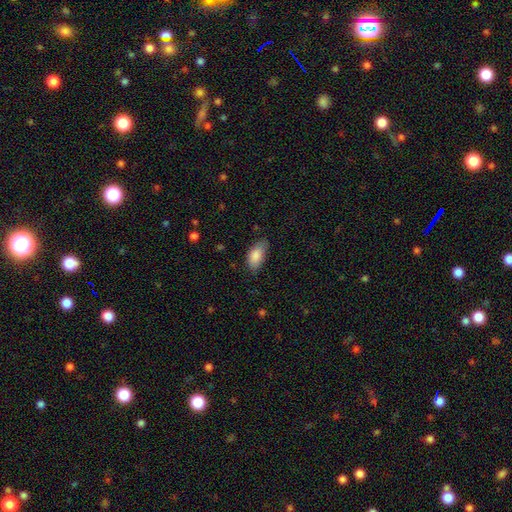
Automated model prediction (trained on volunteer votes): A smooth galaxy with no disk features (86%) that is in between round and cigar-shaped (92%). Merging: none (64%).